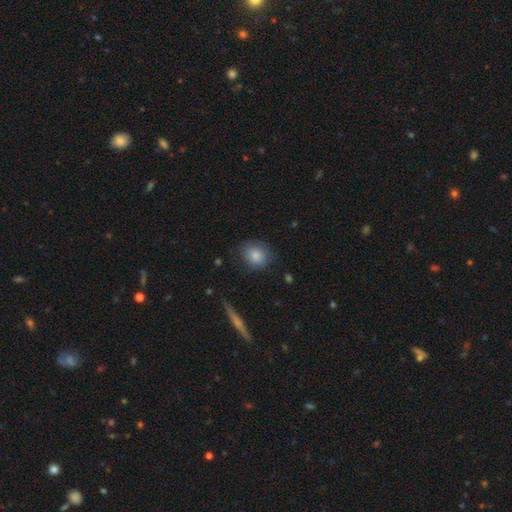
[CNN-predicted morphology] Smooth or featured?
  - smooth: 84% *
  - featured or disk: 8%
  - star or artifact: 8%
How rounded?
  - round: 68% *
  - in between: 30%
  - cigar-shaped: 1%
Merging?
  - none: 76% *
  - minor disturbance: 18%
  - major disturbance: 5%
  - merger: 2%